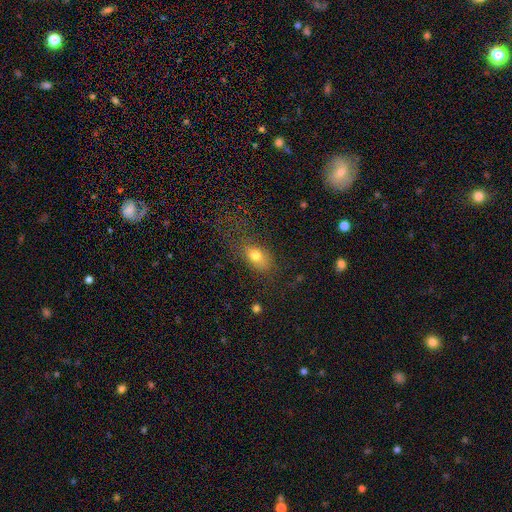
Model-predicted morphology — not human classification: This is likely a smooth galaxy (76%). How rounded: clearly in between (80%). Merging: likely none (62%).